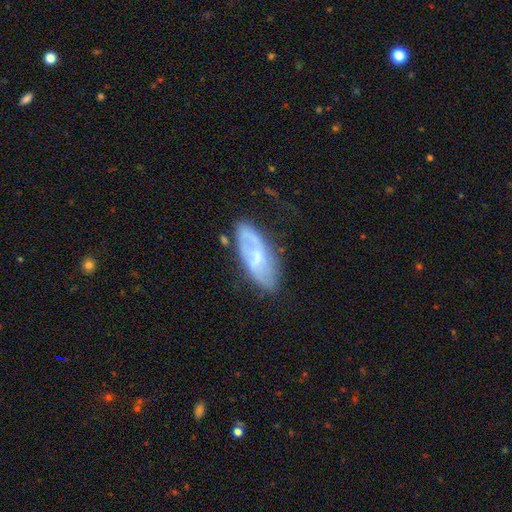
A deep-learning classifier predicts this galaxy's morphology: Smooth or featured?
  - featured or disk: 52% *
  - smooth: 40%
  - star or artifact: 8%
Edge-on disk?
  - no: 85% *
  - yes: 15%
Merging?
  - none: 66% *
  - minor disturbance: 23%
  - major disturbance: 8%
  - merger: 4%